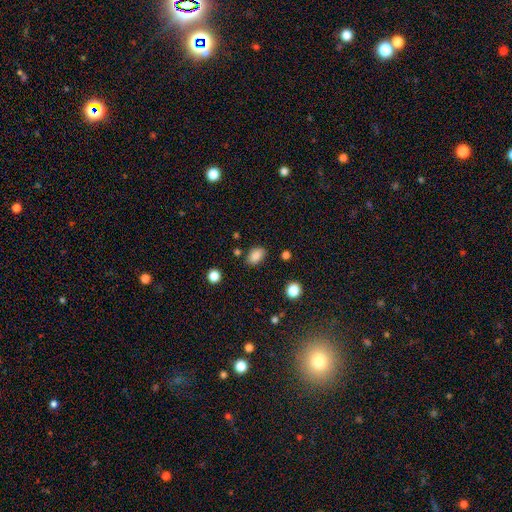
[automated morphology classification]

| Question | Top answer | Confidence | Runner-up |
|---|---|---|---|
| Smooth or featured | smooth | 86% | star or artifact (10%) |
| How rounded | in between | 83% | round (15%) |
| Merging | none | 80% | minor disturbance (13%) |